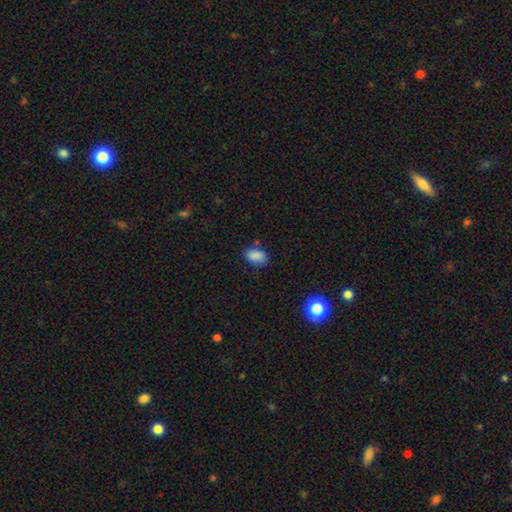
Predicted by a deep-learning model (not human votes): Smooth or featured? Predicted: smooth (p=0.86). How rounded? Predicted: in between (p=0.85). Merging? Predicted: none (p=0.73).